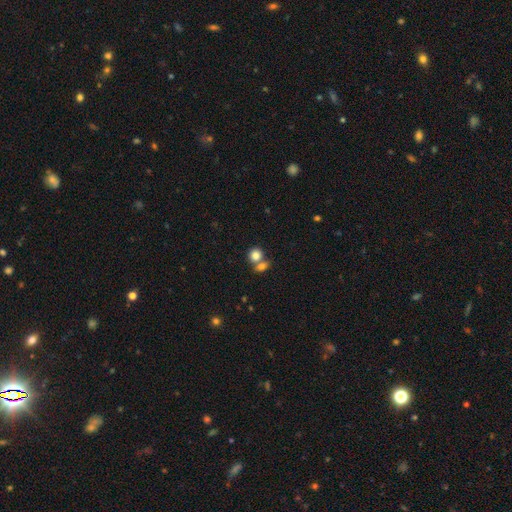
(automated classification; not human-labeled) smooth_or_featured: smooth (p=0.82) [alt: star or artifact p=0.09]
how_rounded: round (p=0.76) [alt: in between p=0.23]
merging: merger (p=0.48) [alt: none p=0.42]